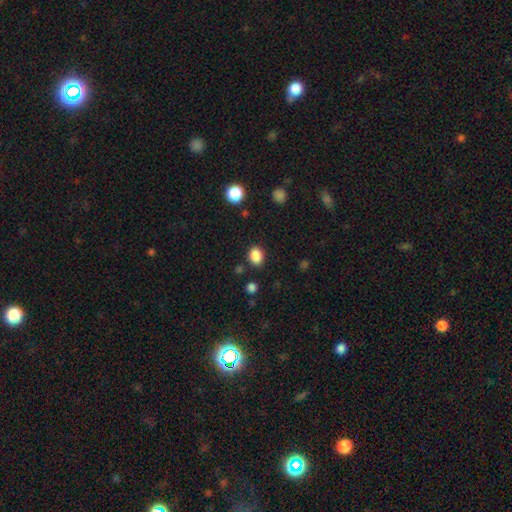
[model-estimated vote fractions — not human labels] This appears to be a smooth galaxy with no disk features (87%) that is in between round and cigar-shaped (58%). Merging: none (84%).